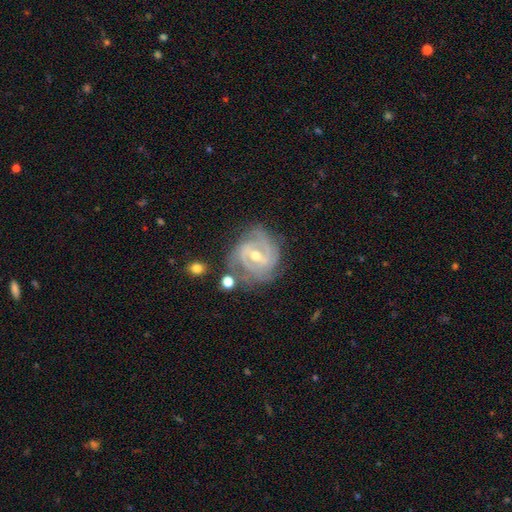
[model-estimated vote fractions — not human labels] smooth_or_featured: featured or disk (p=0.87) [alt: smooth p=0.07]
disk_edge_on: no (p=0.97) [alt: yes p=0.03]
bar: weak (p=0.51) [alt: strong p=0.25]
has_spiral_arms: yes (p=0.94) [alt: no p=0.06]
spiral_winding: tight (p=0.61) [alt: medium p=0.32]
spiral_arm_count: 2 (p=0.34) [alt: 3 p=0.28]
bulge_size: moderate (p=0.60) [alt: small p=0.36]
merging: none (p=0.65) [alt: minor disturbance p=0.21]